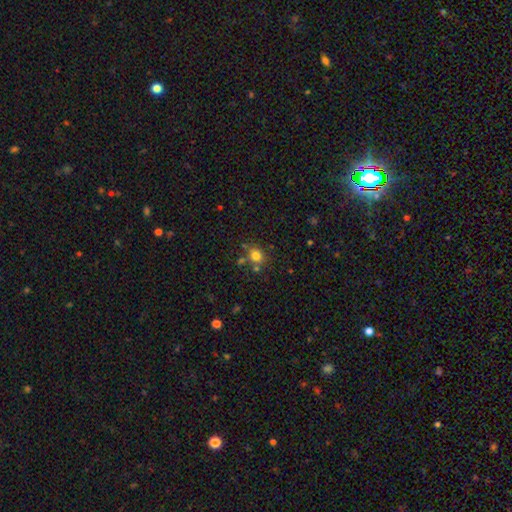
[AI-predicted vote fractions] Q: Smooth or featured?
A: smooth (78%); runner-up: star or artifact (14%)
Q: How rounded?
A: round (75%); runner-up: in between (24%)
Q: Merging?
A: none (69%); runner-up: merger (15%)